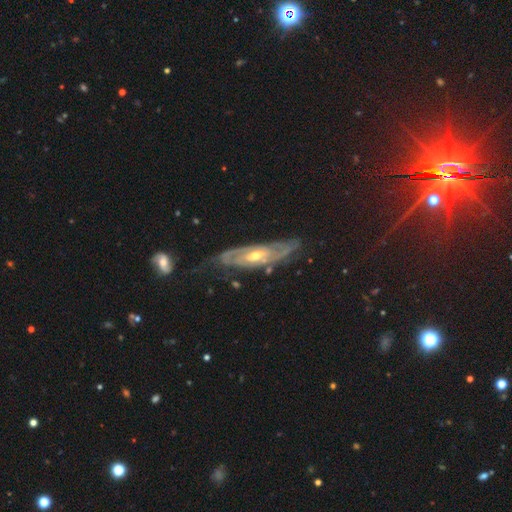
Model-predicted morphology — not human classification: This is clearly a featured or disk galaxy (87%). It is clearly not viewed edge-on (83%). Bar: possibly no (45%). Spiral arm pattern: clearly yes (93%). Spiral arm count: possibly 2 (52%). Spiral winding: likely tight (64%). Central bulge: possibly moderate (57%). Merging: likely none (70%).